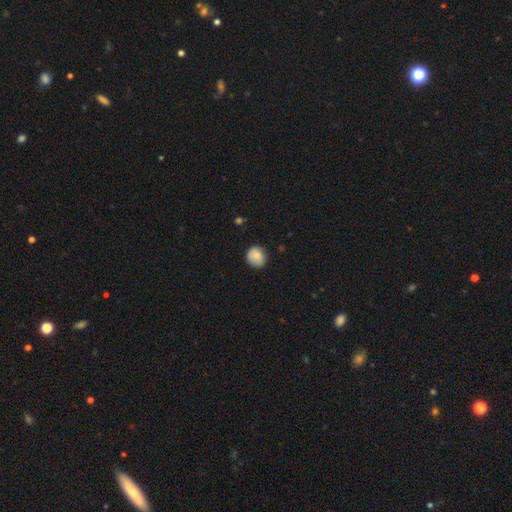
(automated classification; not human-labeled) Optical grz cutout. It shows a smooth galaxy with no disk features (84%) that is round (81%). Merging: none (77%).